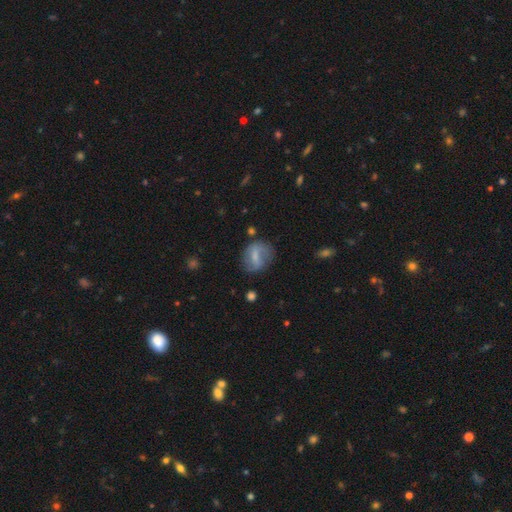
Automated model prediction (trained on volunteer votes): This appears to be a smooth galaxy with no disk features (48%). Merging: none (61%).